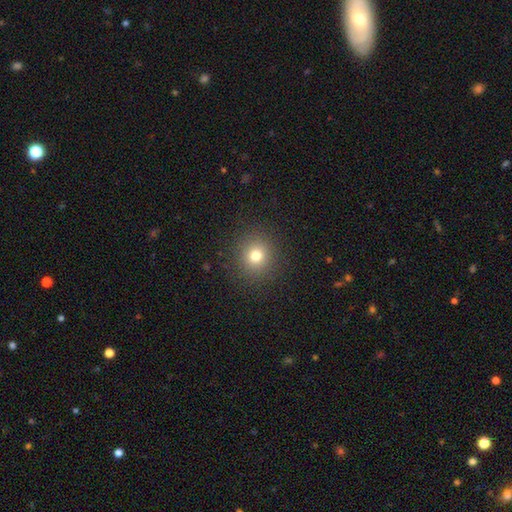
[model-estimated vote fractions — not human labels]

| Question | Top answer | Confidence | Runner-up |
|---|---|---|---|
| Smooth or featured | smooth | 76% | star or artifact (16%) |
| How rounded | round | 91% | in between (8%) |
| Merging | none | 90% | minor disturbance (6%) |